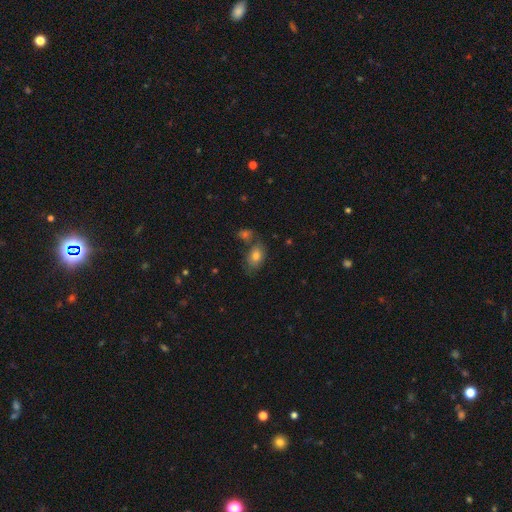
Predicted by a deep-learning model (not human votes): The model was most divided on "merging": none: 58%, merger: 19%, minor disturbance: 17%, major disturbance: 6%. More confident: how rounded — in between (84%); smooth or featured — smooth (77%).